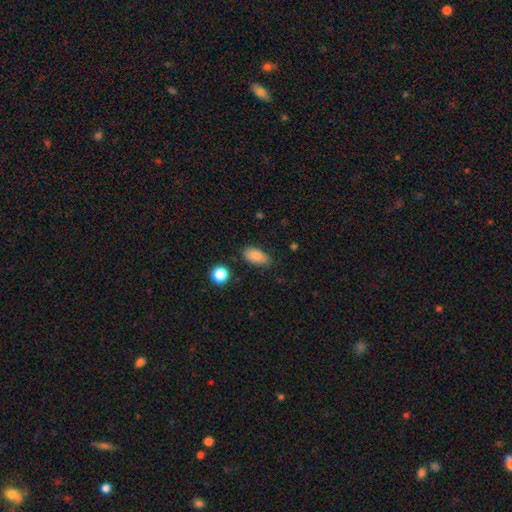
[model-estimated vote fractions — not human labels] A smooth galaxy with no disk features (84%) that is in between round and cigar-shaped (90%). Merging: none (75%).